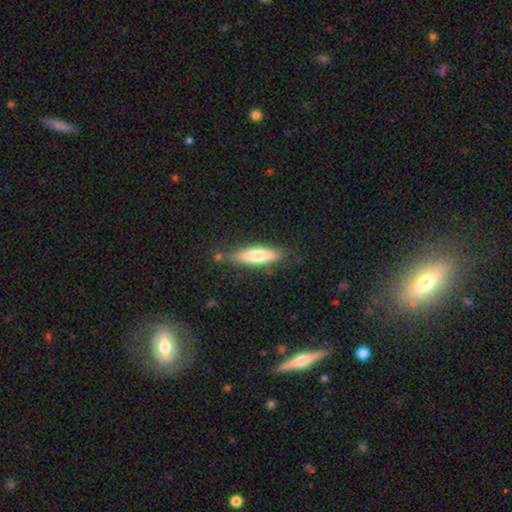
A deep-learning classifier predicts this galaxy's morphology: smooth_or_featured: smooth (p=0.68) [alt: featured or disk p=0.26]
how_rounded: cigar-shaped (p=0.70) [alt: in between p=0.28]
merging: none (p=0.79) [alt: minor disturbance p=0.14]